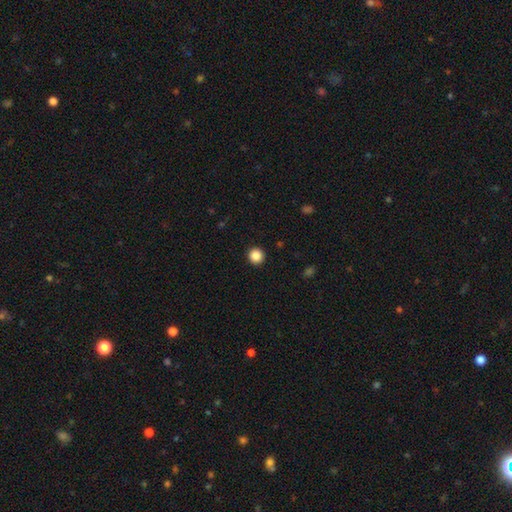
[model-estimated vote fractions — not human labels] Q: Smooth or featured?
A: smooth (87%); runner-up: star or artifact (10%)
Q: How rounded?
A: round (96%); runner-up: in between (3%)
Q: Merging?
A: none (93%); runner-up: minor disturbance (4%)